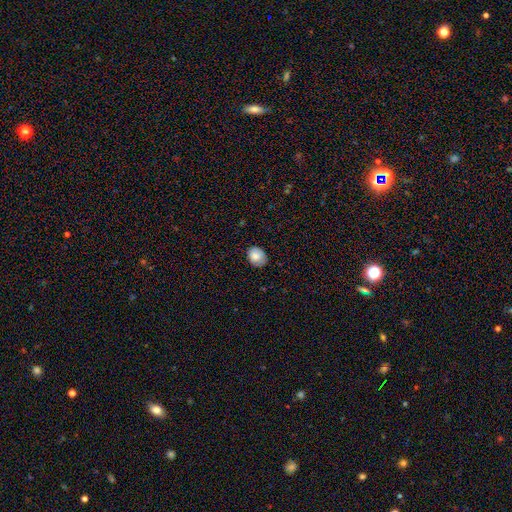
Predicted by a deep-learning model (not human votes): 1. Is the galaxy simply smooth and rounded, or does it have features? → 83% smooth, 9% featured or disk, 8% star or artifact.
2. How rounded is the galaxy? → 54% round, 45% in between, 1% cigar-shaped.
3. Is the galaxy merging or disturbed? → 75% none, 21% minor disturbance, 3% major disturbance, 1% merger.